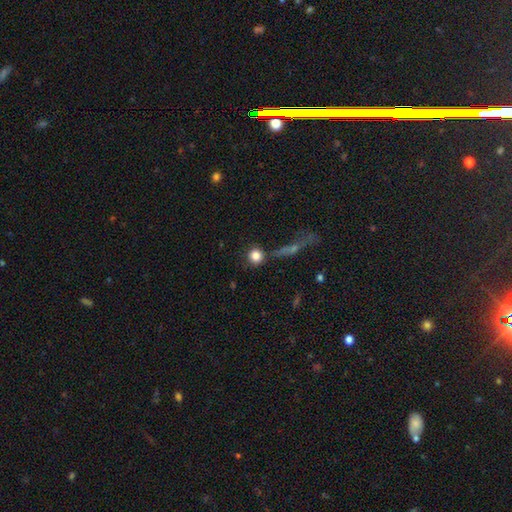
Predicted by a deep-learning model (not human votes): Smooth or featured? smooth (82%)
How rounded? round (92%)
Merging? none (72%)